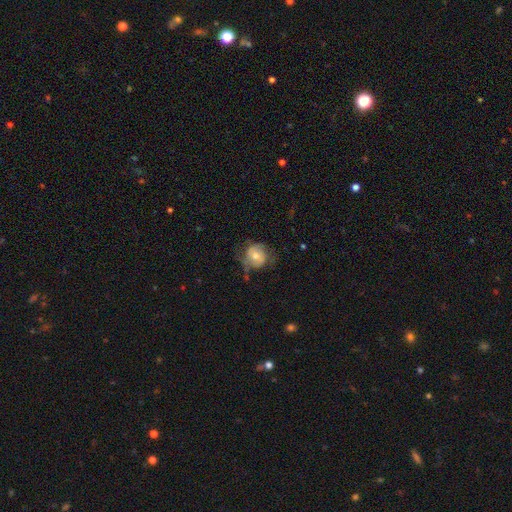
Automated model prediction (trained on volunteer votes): Smooth or featured: smooth — 53% (featured or disk — 39%)
How rounded: round — 75% (in between — 24%)
Merging: none — 50% (minor disturbance — 29%)